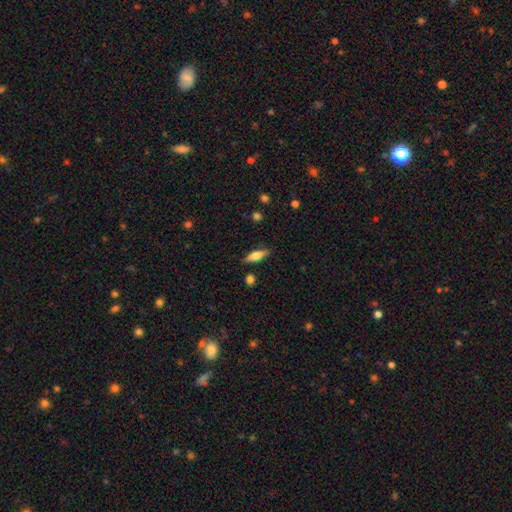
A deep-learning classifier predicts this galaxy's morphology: Smooth or featured? smooth (59%)
How rounded? cigar-shaped (53%)
Merging? none (84%)